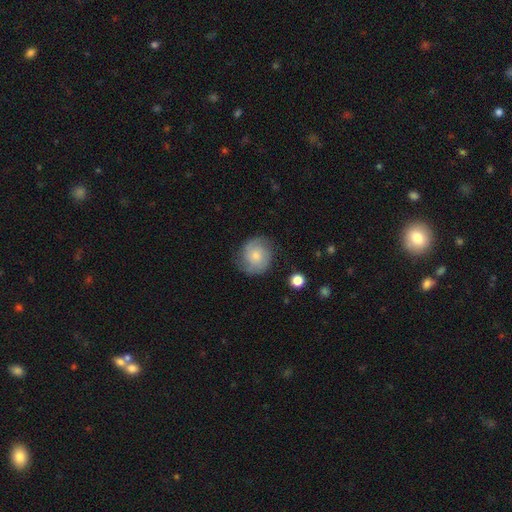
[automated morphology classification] smooth-or-featured: featured or disk: 54% | smooth: 39% | star or artifact: 7%
  disk-edge-on: no: 98% | yes: 2%
    bar: no: 75% | weak: 22% | strong: 3%
    has-spiral-arms: yes: 90% | no: 10%
    bulge-size: small: 53% | moderate: 38% | none: 4% | large: 3% | dominant: 1%
  merging: none: 76% | minor disturbance: 17% | major disturbance: 5% | merger: 1%